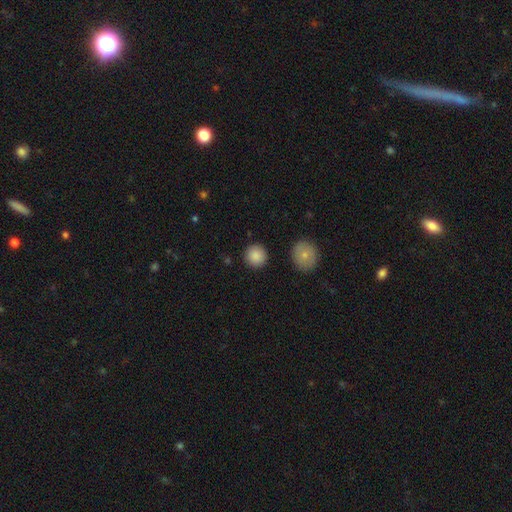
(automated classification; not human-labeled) Smooth or featured? Predicted: smooth (p=0.88). How rounded? Predicted: round (p=0.94). Merging? Predicted: none (p=0.90).